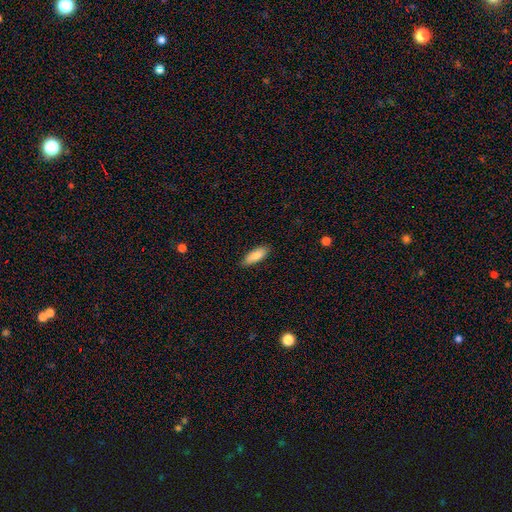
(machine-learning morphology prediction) Smooth or featured? Predicted: smooth (p=0.87). How rounded? Predicted: in between (p=0.66). Merging? Predicted: none (p=0.84).